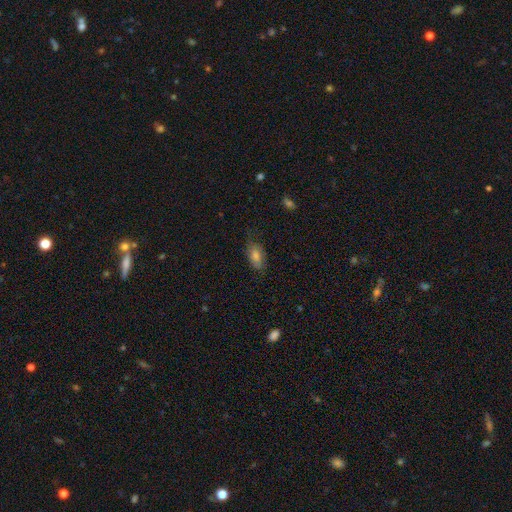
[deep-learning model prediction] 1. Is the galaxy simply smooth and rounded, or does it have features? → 66% smooth, 22% featured or disk, 12% star or artifact.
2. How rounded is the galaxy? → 86% in between, 8% cigar-shaped, 6% round.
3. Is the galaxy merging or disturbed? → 69% none, 22% minor disturbance, 7% major disturbance, 1% merger.